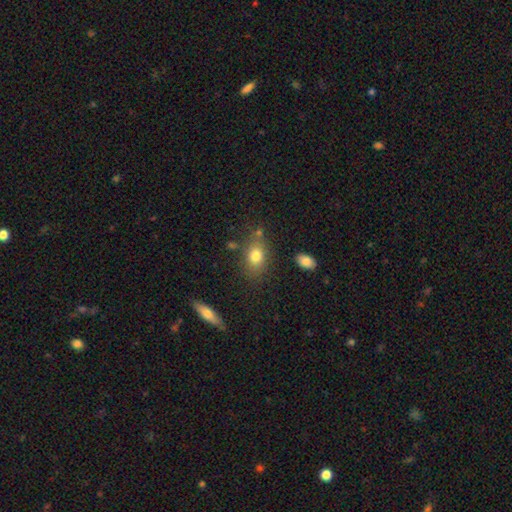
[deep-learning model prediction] Overall: smooth (79%). How rounded: in between (74%). Merging: none (73%).